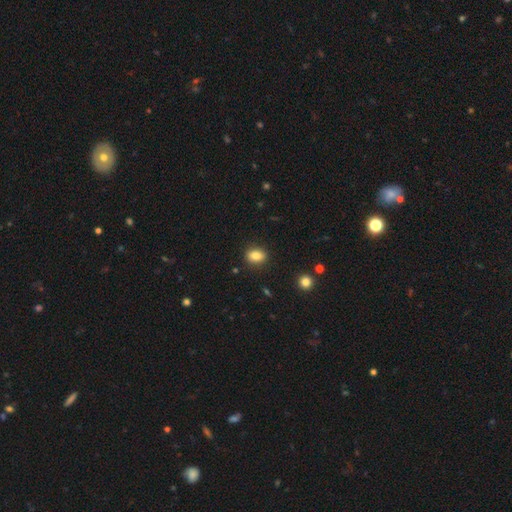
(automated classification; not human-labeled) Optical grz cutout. It shows a smooth galaxy with no disk features (86%) that is in between round and cigar-shaped (70%). Merging: none (87%).